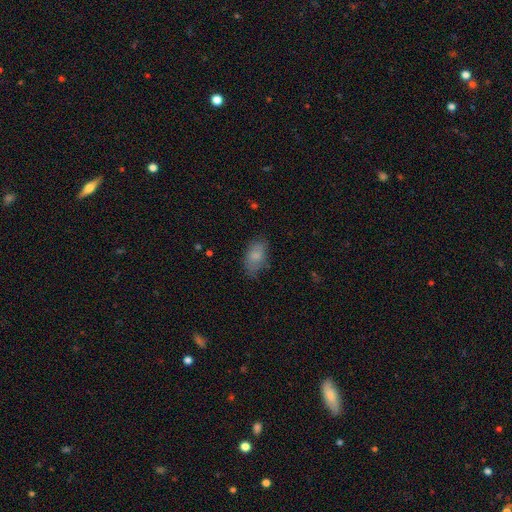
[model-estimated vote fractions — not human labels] Smooth or featured? smooth (78%)
How rounded? in between (91%)
Merging? none (70%)